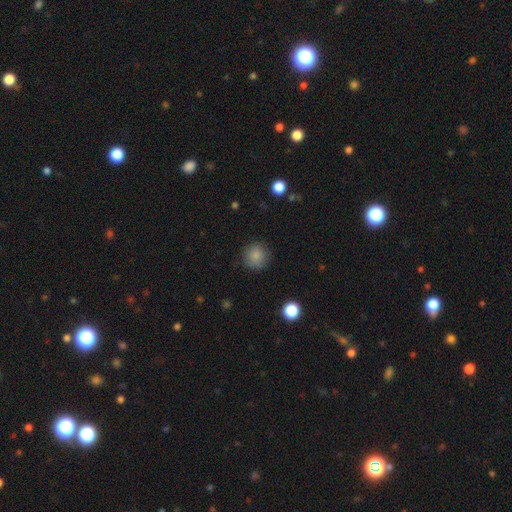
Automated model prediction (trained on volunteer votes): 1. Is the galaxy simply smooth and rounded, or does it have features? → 86% smooth, 10% star or artifact, 5% featured or disk.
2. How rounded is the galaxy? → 93% round, 6% in between, 1% cigar-shaped.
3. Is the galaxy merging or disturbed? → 86% none, 10% minor disturbance, 3% major disturbance, 1% merger.